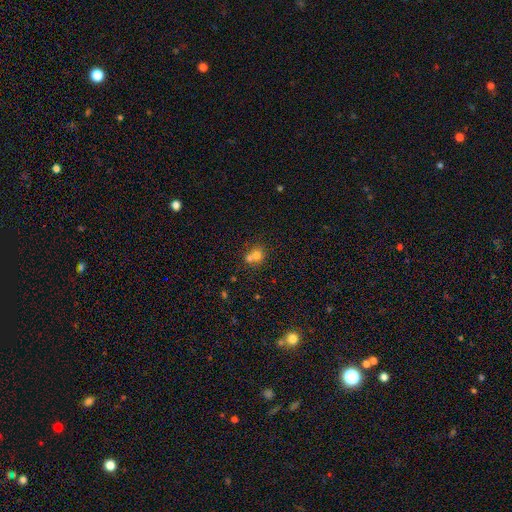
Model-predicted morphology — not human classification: Overall: smooth (69%). How rounded: round (76%). Merging: merger (58%; none 33%).